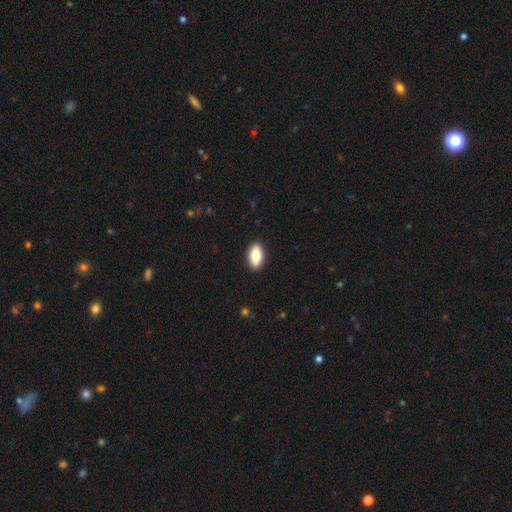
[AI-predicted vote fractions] This appears to be a smooth galaxy with no disk features (80%) that is in between round and cigar-shaped (88%). Merging: none (90%).